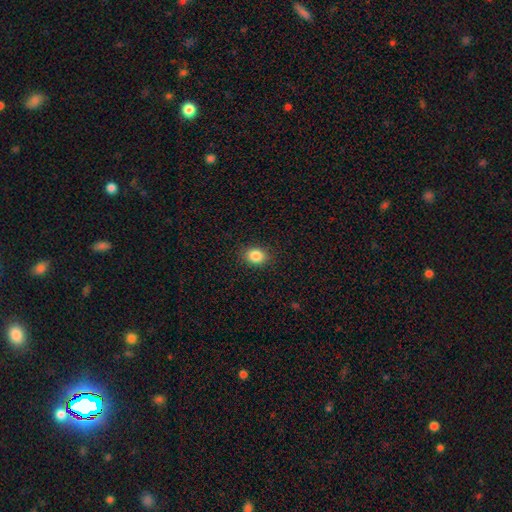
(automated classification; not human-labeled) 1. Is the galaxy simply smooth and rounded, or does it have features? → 86% smooth, 9% star or artifact, 4% featured or disk.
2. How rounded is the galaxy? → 50% in between, 49% round, 1% cigar-shaped.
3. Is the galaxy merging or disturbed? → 88% none, 8% minor disturbance, 2% major disturbance, 1% merger.